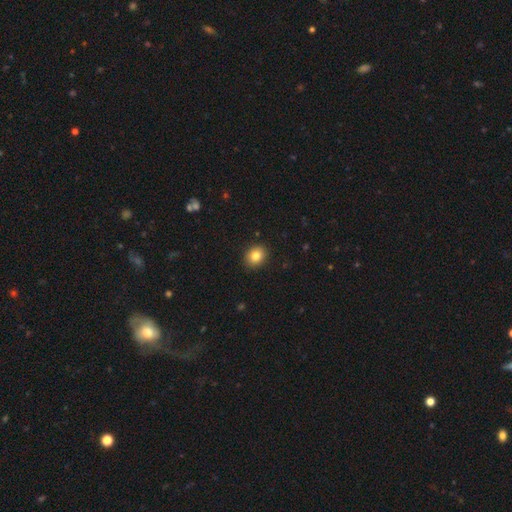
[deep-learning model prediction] Smooth or featured?
  - smooth: 83% *
  - star or artifact: 10%
  - featured or disk: 7%
How rounded?
  - round: 62% *
  - in between: 37%
  - cigar-shaped: 1%
Merging?
  - none: 90% *
  - minor disturbance: 7%
  - major disturbance: 2%
  - merger: 1%